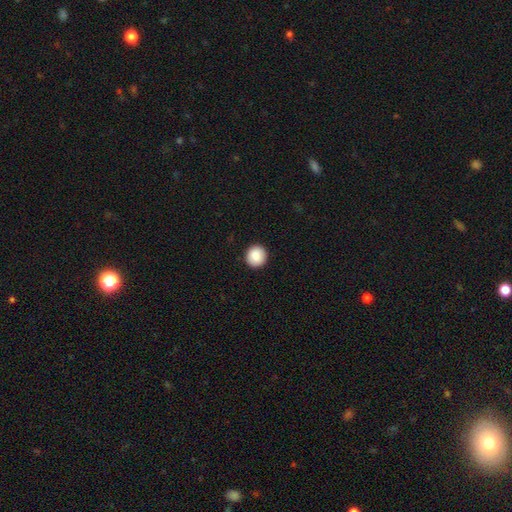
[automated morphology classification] This is clearly a smooth galaxy (87%). How rounded: clearly round (91%). Merging: clearly none (92%).